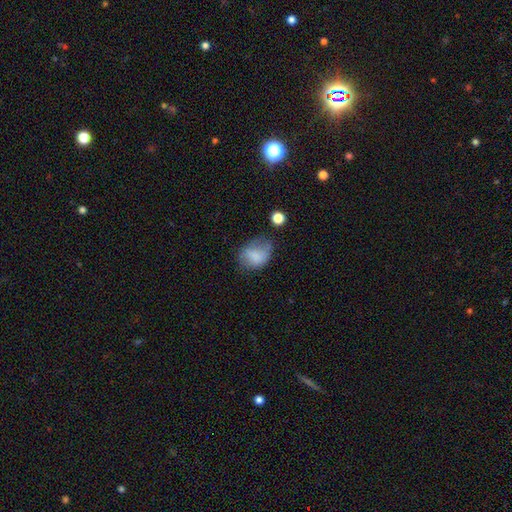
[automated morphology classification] smooth-or-featured: smooth: 75% | featured or disk: 15% | star or artifact: 10%
  how-rounded: in between: 65% | round: 34% | cigar-shaped: 1%
  merging: none: 43% | minor disturbance: 34% | major disturbance: 19% | merger: 4%